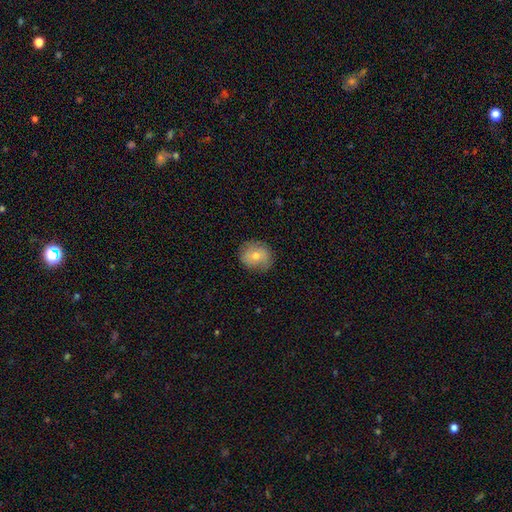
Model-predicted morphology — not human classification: Smooth or featured?
  - smooth: 63% *
  - featured or disk: 27%
  - star or artifact: 10%
How rounded?
  - round: 74% *
  - in between: 25%
  - cigar-shaped: 1%
Merging?
  - none: 81% *
  - minor disturbance: 15%
  - major disturbance: 4%
  - merger: 1%